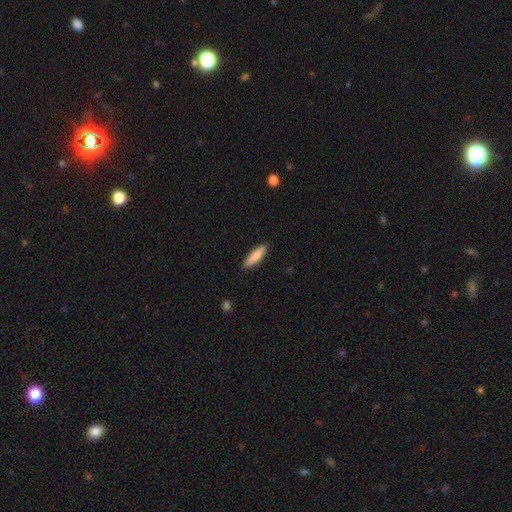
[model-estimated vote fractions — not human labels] A smooth galaxy with no disk features (80%) that is cigar-shaped (76%). Merging: none (88%).